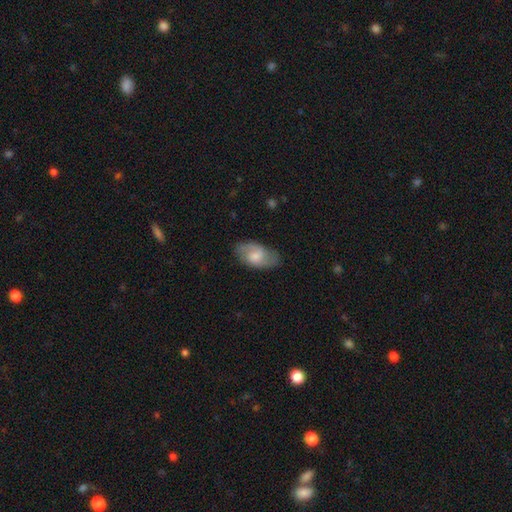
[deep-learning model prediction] Smooth or featured?
  - smooth: 56% *
  - featured or disk: 38%
  - star or artifact: 6%
How rounded?
  - in between: 93% *
  - round: 5%
  - cigar-shaped: 3%
Merging?
  - none: 77% *
  - minor disturbance: 17%
  - major disturbance: 5%
  - merger: 1%